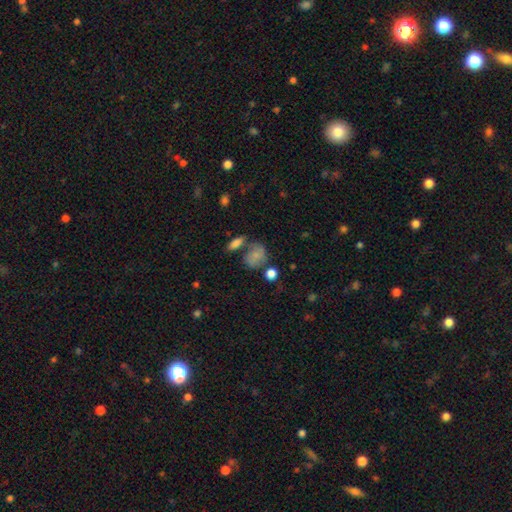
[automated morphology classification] Smooth or featured?
  - smooth: 74% *
  - featured or disk: 15%
  - star or artifact: 11%
How rounded?
  - in between: 53% *
  - round: 45%
  - cigar-shaped: 2%
Merging?
  - none: 44% *
  - merger: 26%
  - minor disturbance: 20%
  - major disturbance: 10%